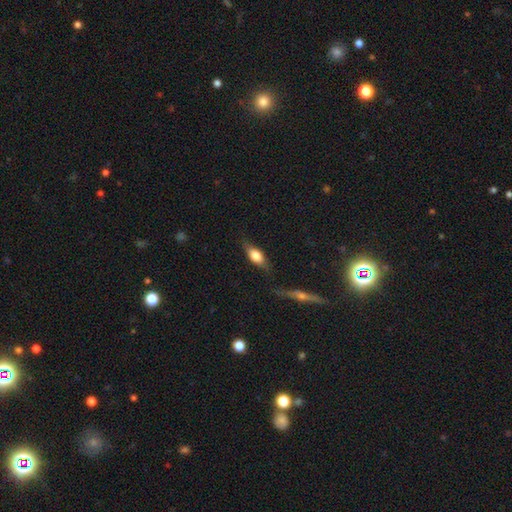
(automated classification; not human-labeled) A smooth galaxy with no disk features (60%) that is in between round and cigar-shaped (71%). Merging: none (72%).